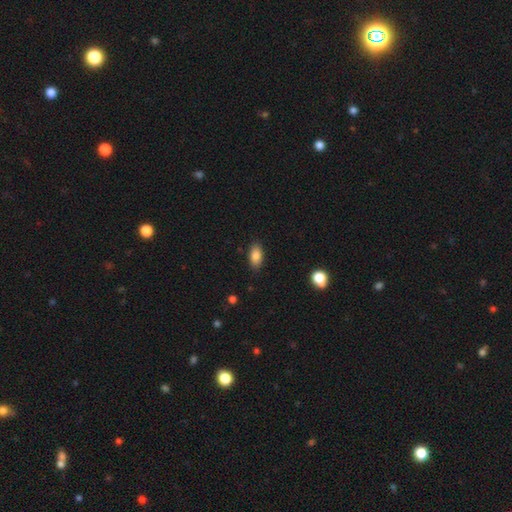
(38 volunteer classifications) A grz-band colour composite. It shows a smooth galaxy with no disk features (89%) that is in between round and cigar-shaped (94%). Merging: none (74%).